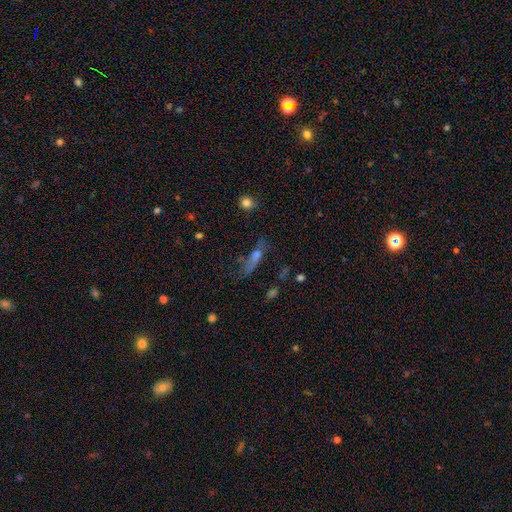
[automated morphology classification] Smooth or featured?
  - smooth: 42% *
  - featured or disk: 34%
  - star or artifact: 24%
Merging?
  - none: 49% *
  - major disturbance: 22%
  - minor disturbance: 22%
  - merger: 7%